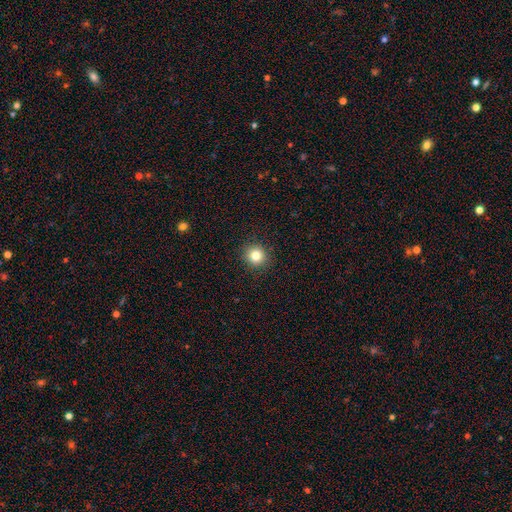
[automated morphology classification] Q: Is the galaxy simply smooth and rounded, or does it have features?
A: smooth — 83%.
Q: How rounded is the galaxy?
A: round — 91%.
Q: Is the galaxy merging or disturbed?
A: none — 92%.